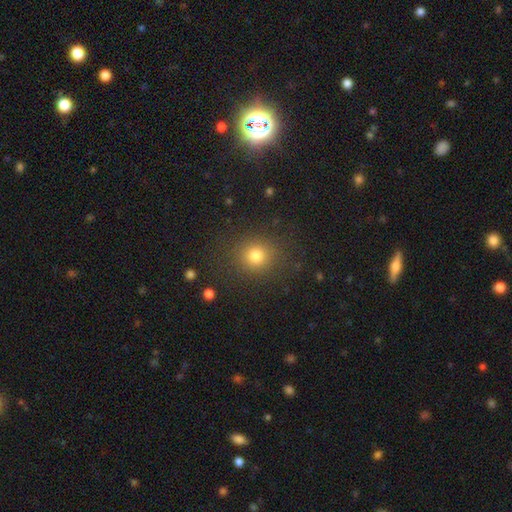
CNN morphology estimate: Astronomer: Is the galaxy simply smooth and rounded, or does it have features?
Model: smooth — 79%.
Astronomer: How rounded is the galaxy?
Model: round — 85%.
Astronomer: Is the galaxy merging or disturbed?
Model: none — 87%.